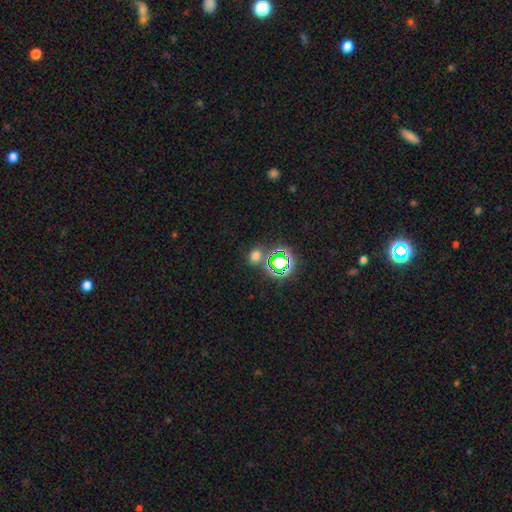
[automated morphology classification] The model was most divided on "smooth or featured": smooth: 56%, star or artifact: 37%, featured or disk: 7%. More confident: merging — none (74%); how rounded — round (65%).